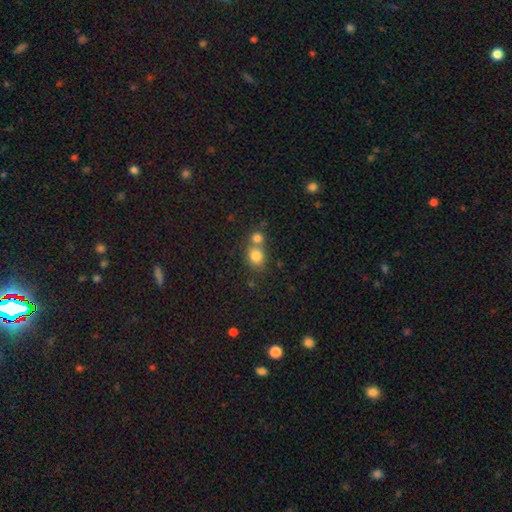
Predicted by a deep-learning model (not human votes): Q: Smooth or featured?
A: smooth (81%); runner-up: star or artifact (11%)
Q: How rounded?
A: round (68%); runner-up: in between (31%)
Q: Merging?
A: none (45%); runner-up: merger (43%)